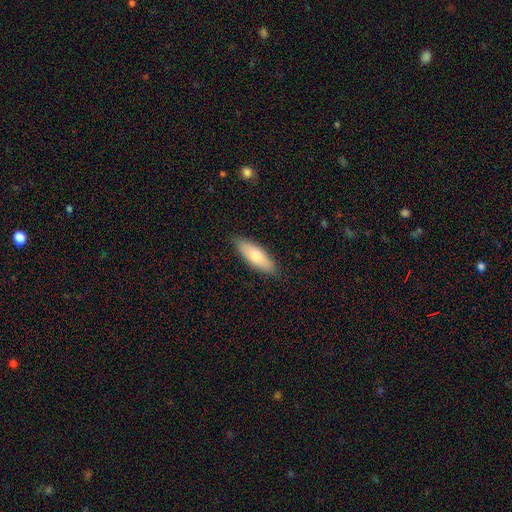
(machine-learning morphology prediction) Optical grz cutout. It shows a smooth galaxy with no disk features (69%) that is in between round and cigar-shaped (64%). Merging: none (87%).